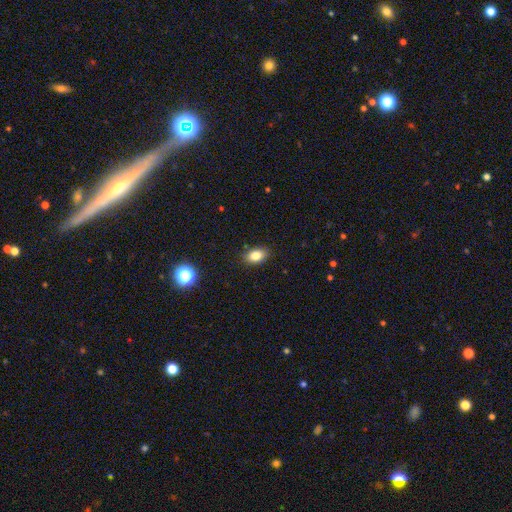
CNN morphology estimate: Smooth or featured?
  - smooth: 83% *
  - star or artifact: 10%
  - featured or disk: 7%
How rounded?
  - in between: 85% *
  - round: 14%
  - cigar-shaped: 2%
Merging?
  - none: 87% *
  - minor disturbance: 10%
  - major disturbance: 2%
  - merger: 1%